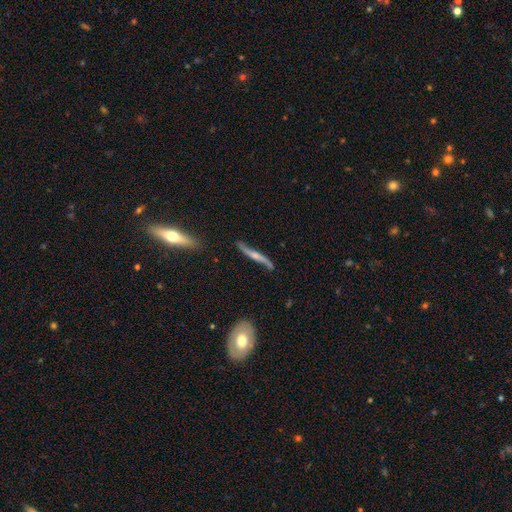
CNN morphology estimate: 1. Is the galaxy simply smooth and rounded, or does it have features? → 71% featured or disk, 23% smooth, 6% star or artifact.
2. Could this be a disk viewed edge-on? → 61% yes, 39% no.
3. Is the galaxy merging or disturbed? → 72% none, 20% minor disturbance, 6% major disturbance, 3% merger.